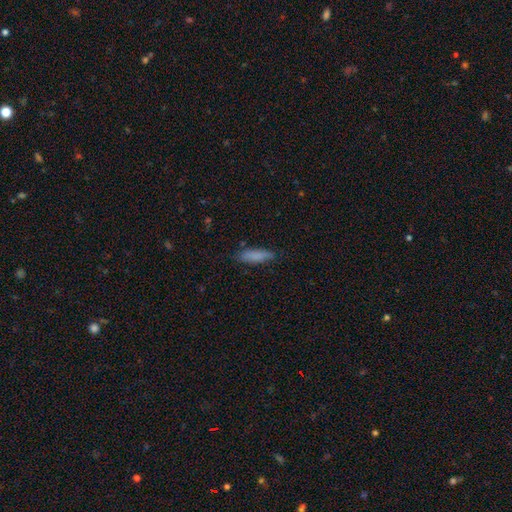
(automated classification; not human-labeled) A smooth galaxy with no disk features (82%) that is cigar-shaped (61%).

Vote fractions:
- Smooth or featured? smooth: 82% / featured or disk: 11% / star or artifact: 7%
- How rounded? cigar-shaped: 61% / in between: 38% / round: 2%
- Merging? none: 77% / minor disturbance: 18% / major disturbance: 4% / merger: 2%